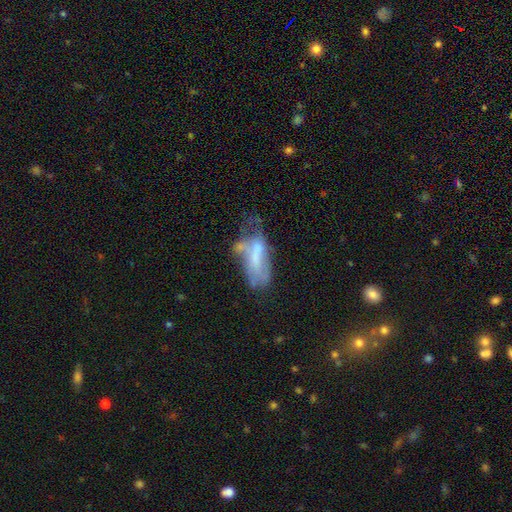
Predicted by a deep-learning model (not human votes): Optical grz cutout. It shows a featured or disk galaxy (47%). Merging: major disturbance (33%).